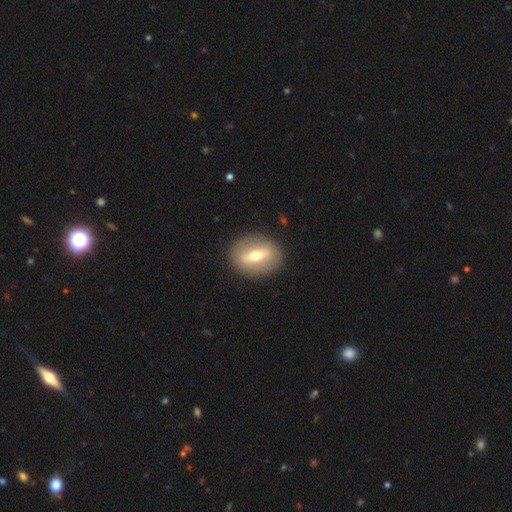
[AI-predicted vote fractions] This appears to be a featured or disk galaxy (61%). Merging: none (87%).